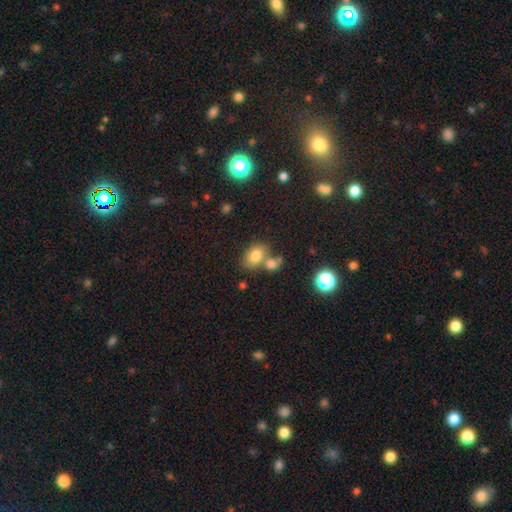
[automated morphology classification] Smooth or featured?
  - smooth: 79% *
  - star or artifact: 11%
  - featured or disk: 10%
How rounded?
  - in between: 76% *
  - round: 23%
  - cigar-shaped: 1%
Merging?
  - none: 49% *
  - merger: 35%
  - minor disturbance: 12%
  - major disturbance: 4%